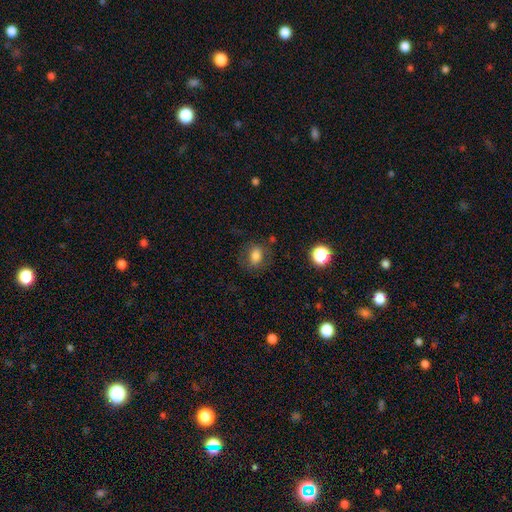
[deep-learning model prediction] A smooth galaxy with no disk features (75%) that is in between round and cigar-shaped (64%). Merging: none (72%).